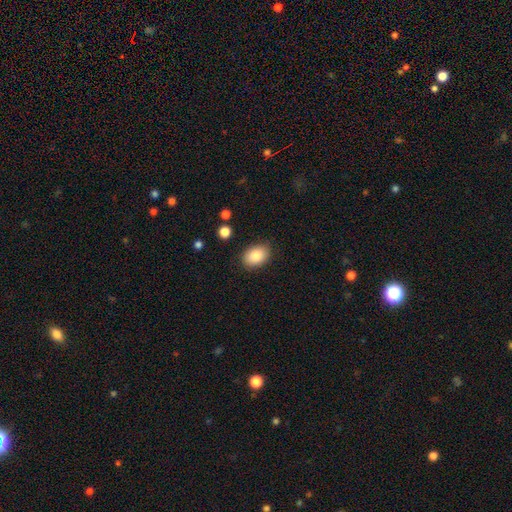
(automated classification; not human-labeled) smooth-or-featured: smooth: 87% | star or artifact: 7% | featured or disk: 6%
  how-rounded: in between: 83% | round: 16% | cigar-shaped: 1%
  merging: none: 85% | minor disturbance: 11% | major disturbance: 3% | merger: 1%